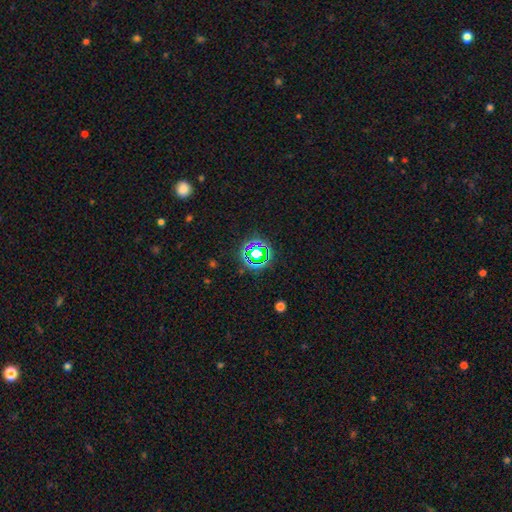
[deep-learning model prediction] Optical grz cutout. It shows a star or artifact, not a galaxy (70%).